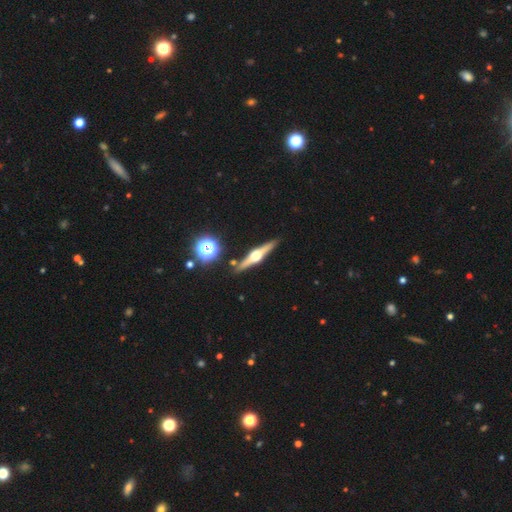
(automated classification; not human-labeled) Smooth or featured: featured or disk — 80% (smooth — 13%)
Edge-on disk: yes — 98% (no — 2%)
Edge-on bulge: rounded — 95% (boxy — 3%)
Merging: none — 89% (minor disturbance — 7%)